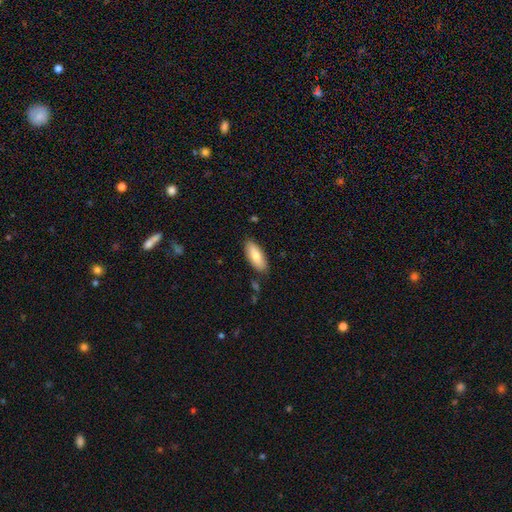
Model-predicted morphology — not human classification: A smooth galaxy with no disk features (80%) that is in between round and cigar-shaped (79%).

Vote fractions:
- Smooth or featured? smooth: 80% / featured or disk: 14% / star or artifact: 6%
- How rounded? in between: 79% / cigar-shaped: 19% / round: 2%
- Merging? none: 84% / minor disturbance: 12% / major disturbance: 2% / merger: 2%